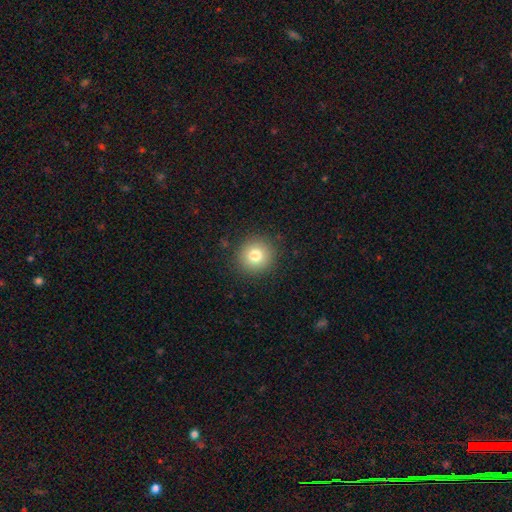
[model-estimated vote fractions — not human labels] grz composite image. It shows a smooth galaxy with no disk features (80%) that is round (93%). Merging: none (90%).